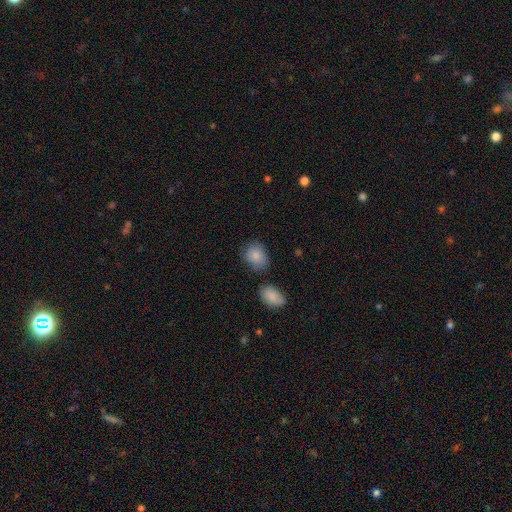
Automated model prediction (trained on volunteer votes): smooth 85%, star or artifact 8%, featured or disk 7%. Down the decision tree: how rounded — in between (53%); merging — none (67%).